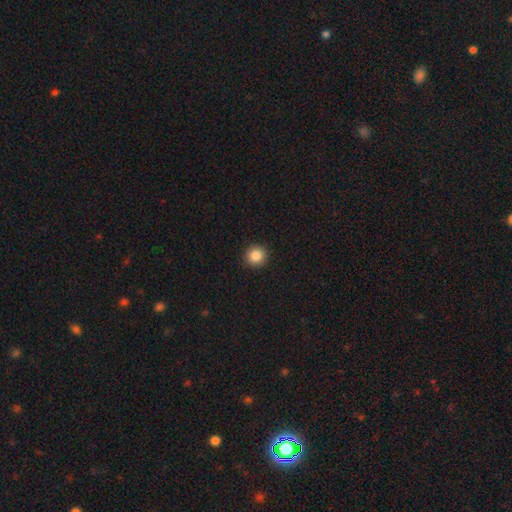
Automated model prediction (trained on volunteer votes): smooth_or_featured: smooth (p=0.87) [alt: star or artifact p=0.10]
how_rounded: round (p=0.92) [alt: in between p=0.07]
merging: none (p=0.93) [alt: minor disturbance p=0.05]